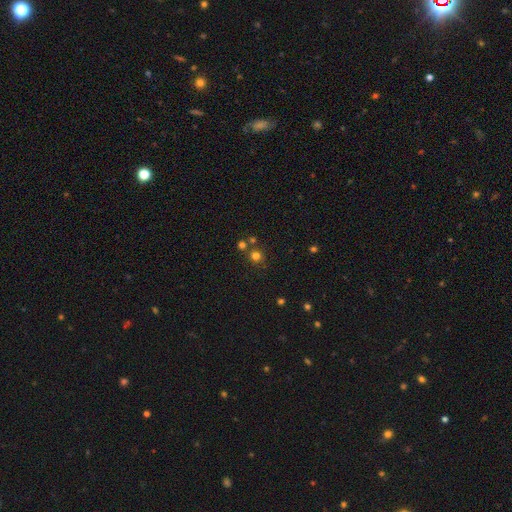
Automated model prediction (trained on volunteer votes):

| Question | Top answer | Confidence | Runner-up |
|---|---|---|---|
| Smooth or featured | smooth | 73% | star or artifact (20%) |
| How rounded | round | 92% | in between (7%) |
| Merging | none | 72% | merger (18%) |